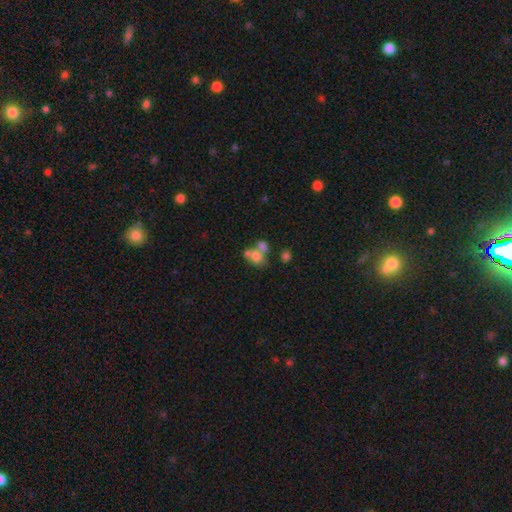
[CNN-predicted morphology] smooth_or_featured: smooth (p=0.68) [alt: featured or disk p=0.19]
how_rounded: in between (p=0.57) [alt: round p=0.42]
merging: merger (p=0.52) [alt: none p=0.30]